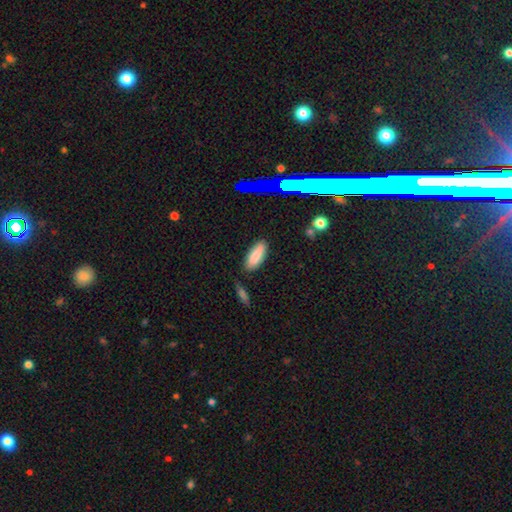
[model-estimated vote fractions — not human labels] The model was most divided on "how rounded": in between: 78%, cigar-shaped: 20%, round: 2%. More confident: smooth or featured — smooth (83%); merging — none (81%).